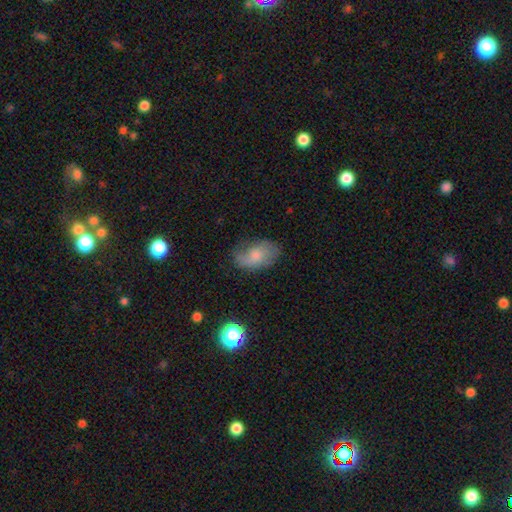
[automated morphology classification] A smooth galaxy with no disk features (51%) that is in between round and cigar-shaped (89%). Merging: none (59%).